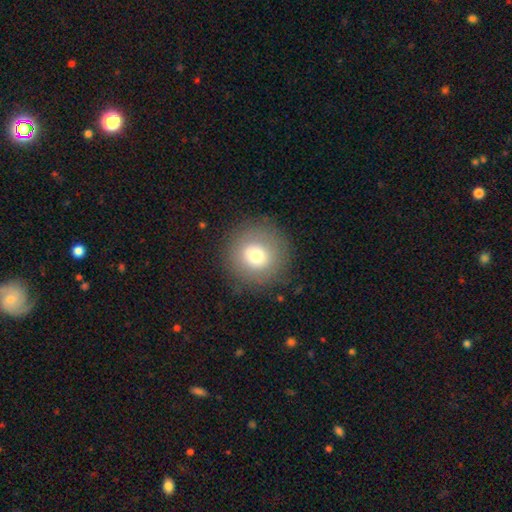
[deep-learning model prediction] smooth-or-featured: smooth: 72% | featured or disk: 16% | star or artifact: 12%
  how-rounded: round: 95% | in between: 4% | cigar-shaped: 1%
  merging: none: 86% | minor disturbance: 8% | major disturbance: 4% | merger: 1%